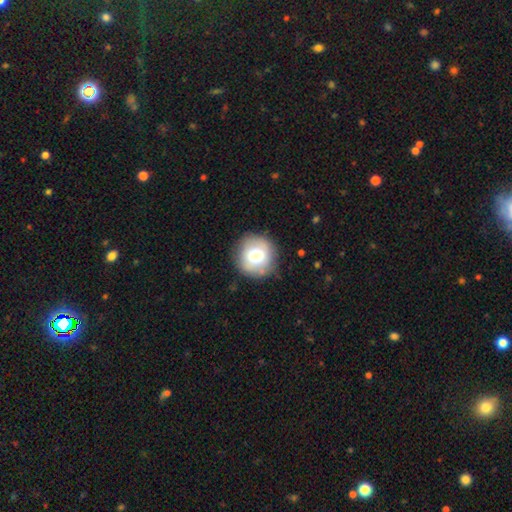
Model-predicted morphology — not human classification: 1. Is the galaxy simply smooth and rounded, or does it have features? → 72% smooth, 19% featured or disk, 9% star or artifact.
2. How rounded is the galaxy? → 92% round, 7% in between, 1% cigar-shaped.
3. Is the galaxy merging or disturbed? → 86% none, 10% minor disturbance, 3% major disturbance, 1% merger.